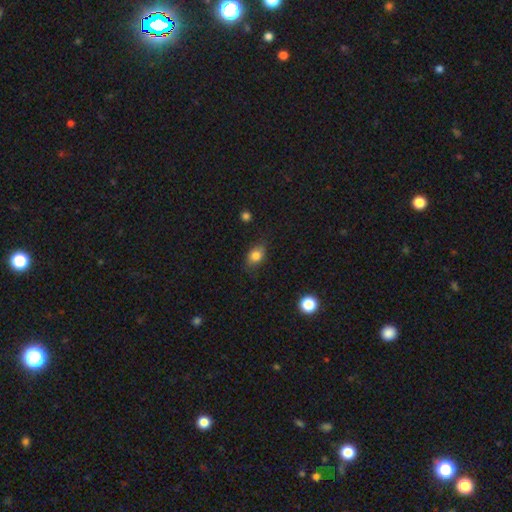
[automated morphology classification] Smooth or featured: smooth — 81% (star or artifact — 10%)
How rounded: in between — 72% (round — 25%)
Merging: none — 74% (minor disturbance — 20%)